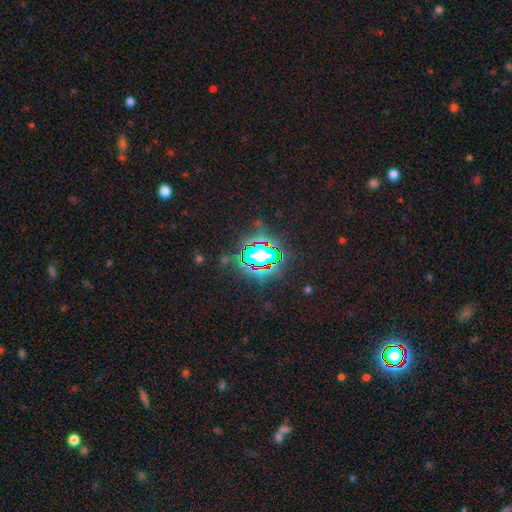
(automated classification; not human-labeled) This is likely a star or artifact rather than a galaxy (77%).